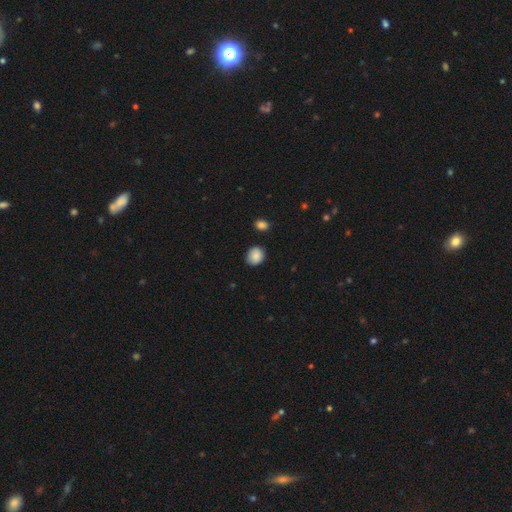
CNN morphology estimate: The model was most divided on "how rounded": round: 66%, in between: 34%, cigar-shaped: 1%. More confident: smooth or featured — smooth (88%); merging — none (83%).